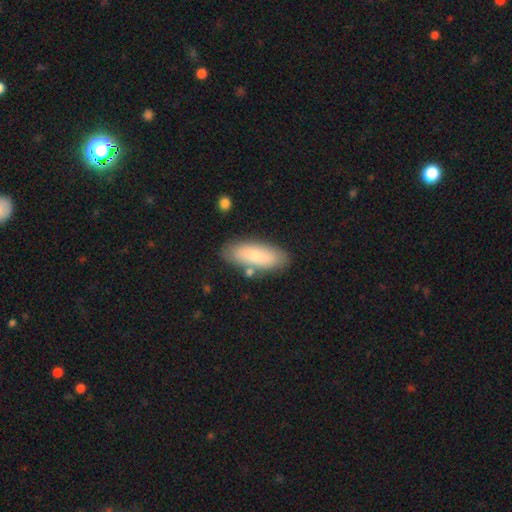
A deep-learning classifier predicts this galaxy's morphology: smooth 72%, featured or disk 22%, star or artifact 6%. Down the decision tree: how rounded — in between (76%); merging — none (78%).